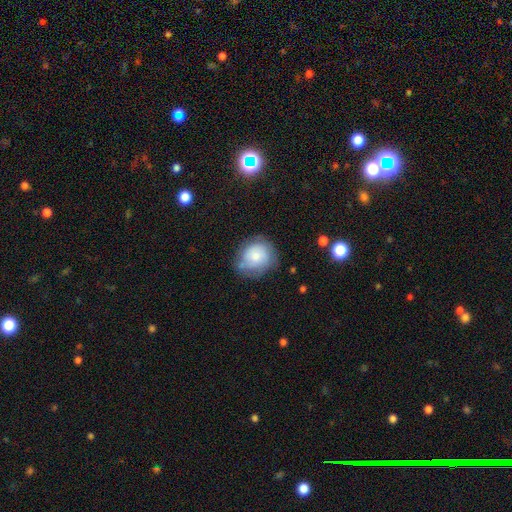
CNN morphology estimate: smooth 66%, featured or disk 25%, star or artifact 8%. Down the decision tree: how rounded — round (76%); merging — none (62%).